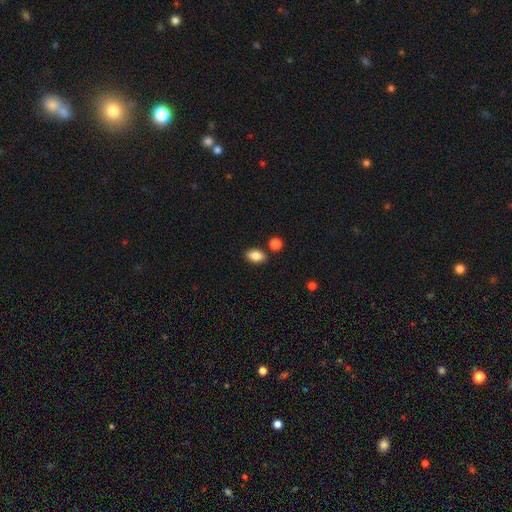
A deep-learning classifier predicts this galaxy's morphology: Smooth or featured?
  - smooth: 85% *
  - star or artifact: 8%
  - featured or disk: 6%
How rounded?
  - in between: 87% *
  - round: 11%
  - cigar-shaped: 2%
Merging?
  - none: 81% *
  - minor disturbance: 10%
  - merger: 7%
  - major disturbance: 2%